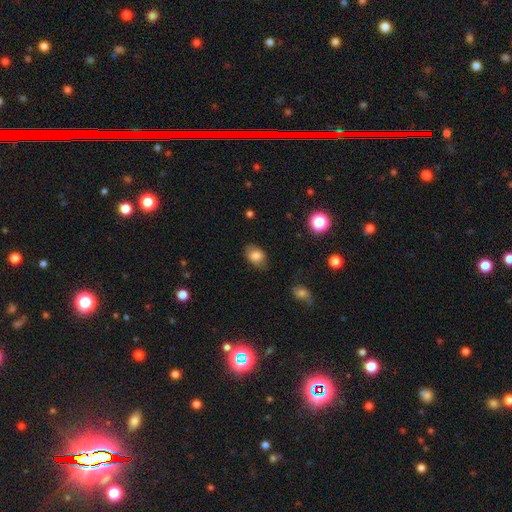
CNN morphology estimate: Smooth or featured? Predicted: smooth (p=0.78). How rounded? Predicted: in between (p=0.79). Merging? Predicted: none (p=0.76).